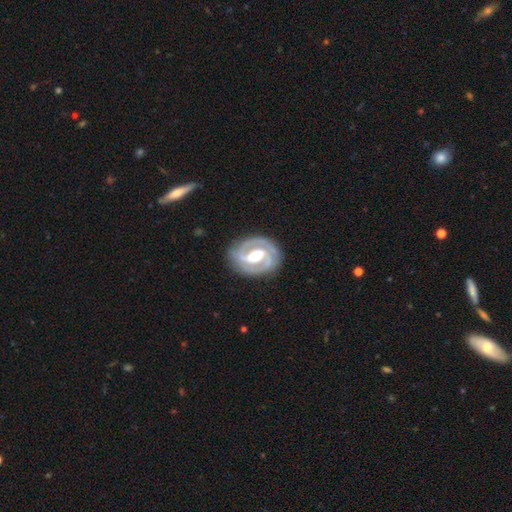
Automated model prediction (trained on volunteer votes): A featured or disk galaxy (88%) with a strong bar (50%), 2 (89%) tight (55%) spiral arms (93%) and a moderate central bulge (67%).

Vote fractions:
- Smooth or featured? featured or disk: 88% / smooth: 8% / star or artifact: 4%
- Edge-on disk? no: 97% / yes: 3%
- Bar? strong: 50% / weak: 37% / no: 13%
- Spiral arms? yes: 93% / no: 7%
- Spiral winding? tight: 55% / medium: 38% / loose: 7%
- Spiral arm count? 2: 89% / can't tell: 4% / 3: 2% / 1: 2% / 4: 1% / more than 4: 1%
- Bulge size? moderate: 67% / large: 19% / small: 12% / dominant: 1% / none: 1%
- Merging? none: 83% / minor disturbance: 12% / major disturbance: 4% / merger: 1%